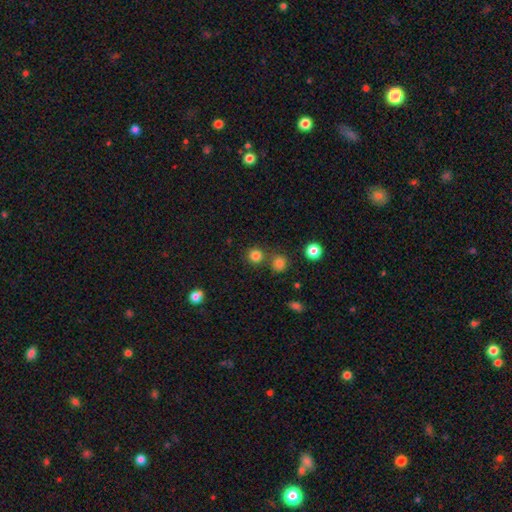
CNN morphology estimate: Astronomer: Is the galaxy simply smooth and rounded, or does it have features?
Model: smooth — 80%.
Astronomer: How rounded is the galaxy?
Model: round — 92%.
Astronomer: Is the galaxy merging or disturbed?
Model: none — 75%.